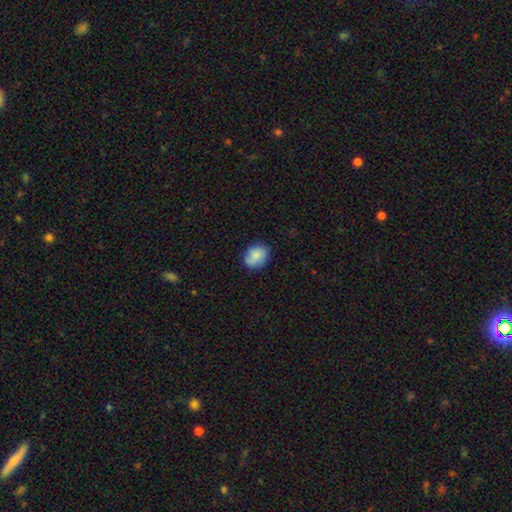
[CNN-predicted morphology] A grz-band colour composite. It shows a smooth galaxy with no disk features (83%) that is in between round and cigar-shaped (56%). Merging: none (77%).